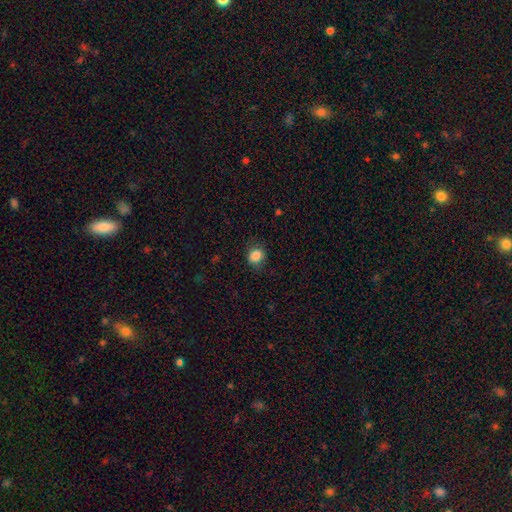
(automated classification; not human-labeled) This is clearly a smooth galaxy (86%). How rounded: likely round (67%). Merging: likely none (79%).